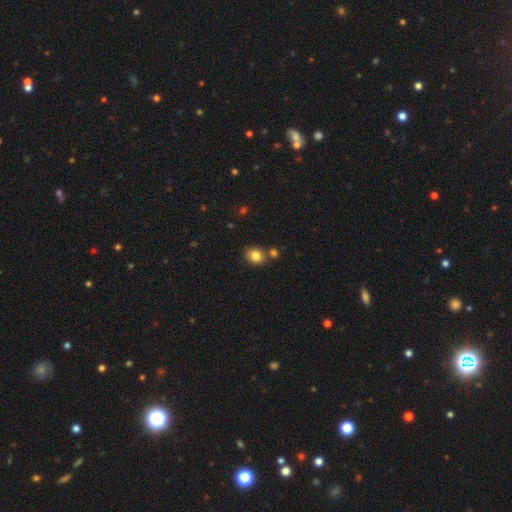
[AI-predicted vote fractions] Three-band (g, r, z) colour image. It shows a smooth galaxy with no disk features (83%) that is round (60%). Merging: none (67%).